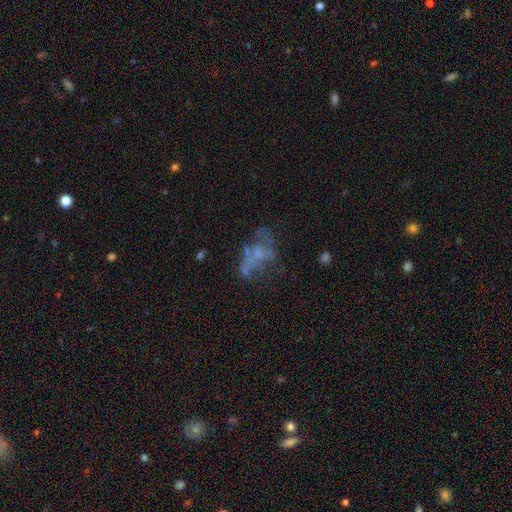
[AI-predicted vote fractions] Morphology: type=featured or disk (57%); edge-on=no (97%); bar=no (87%); spiral arms=no (83%); bulge=none (62%); merging=none (38%).